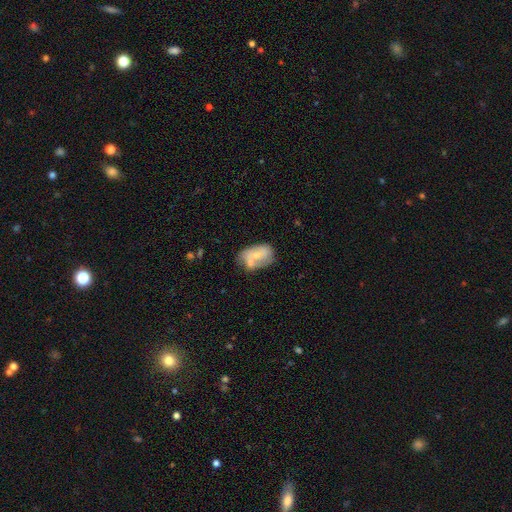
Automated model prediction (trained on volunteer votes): Smooth or featured? smooth (49%)
Merging? none (38%)